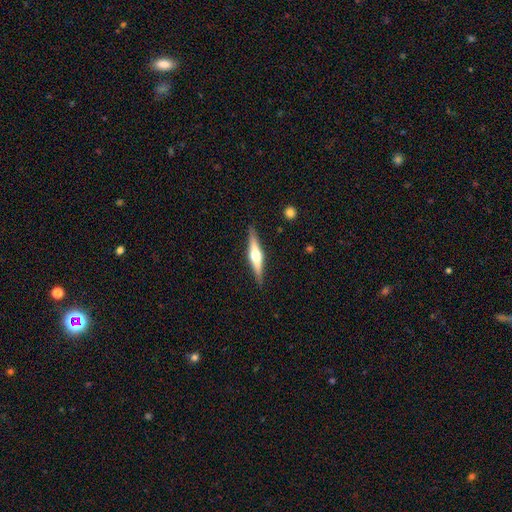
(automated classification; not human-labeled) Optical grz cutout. It shows a featured or disk galaxy (71%) viewed edge-on (97%) with a rounded central bulge (94%). Merging: none (89%).